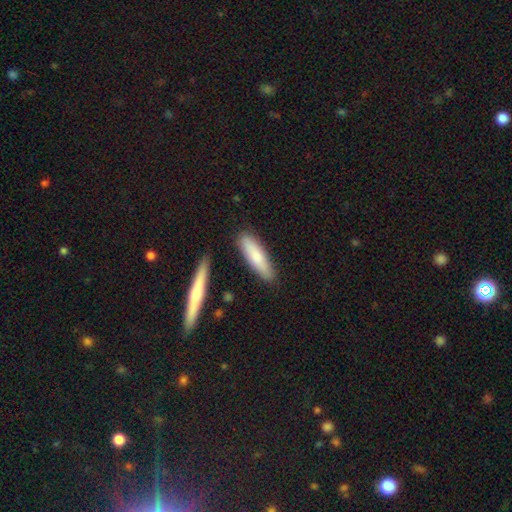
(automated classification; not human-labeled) smooth-or-featured: smooth: 76% | featured or disk: 19% | star or artifact: 5%
  how-rounded: cigar-shaped: 68% | in between: 31% | round: 1%
  merging: none: 81% | minor disturbance: 12% | merger: 4% | major disturbance: 2%